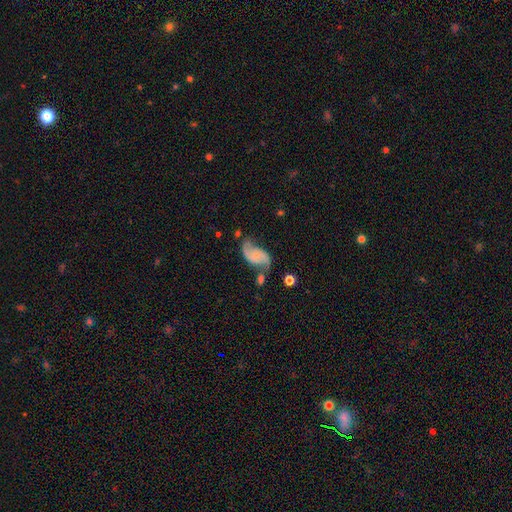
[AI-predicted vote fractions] This is likely a featured or disk galaxy (78%). It is clearly not viewed edge-on (97%). Bar: likely no (68%). Spiral arm pattern: clearly yes (93%). Spiral arm count: clearly 2 (90%). Spiral winding: possibly loose (56%). Central bulge: likely small (69%). Merging: possibly none (49%).